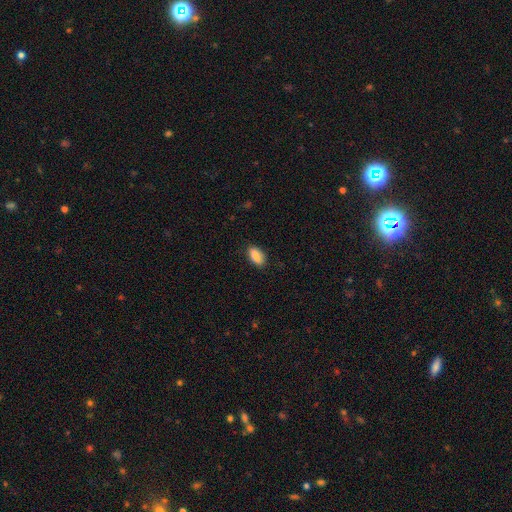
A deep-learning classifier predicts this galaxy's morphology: This appears to be a smooth galaxy with no disk features (87%) that is in between round and cigar-shaped (88%). Merging: none (82%).